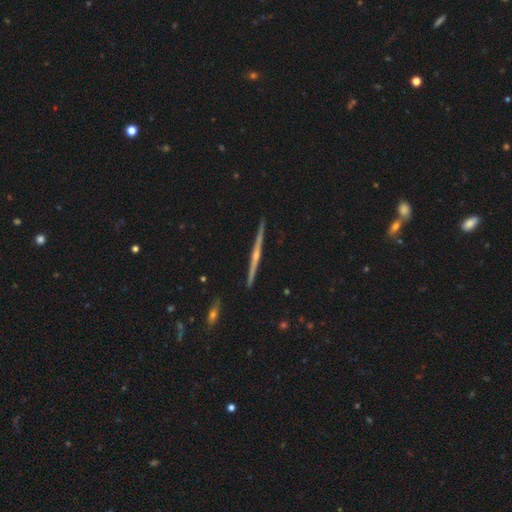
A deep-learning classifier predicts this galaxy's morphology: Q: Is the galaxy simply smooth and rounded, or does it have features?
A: featured or disk — 69%.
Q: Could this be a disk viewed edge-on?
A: yes — 95%.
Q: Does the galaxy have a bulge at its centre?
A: rounded — 60%.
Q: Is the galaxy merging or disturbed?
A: none — 85%.